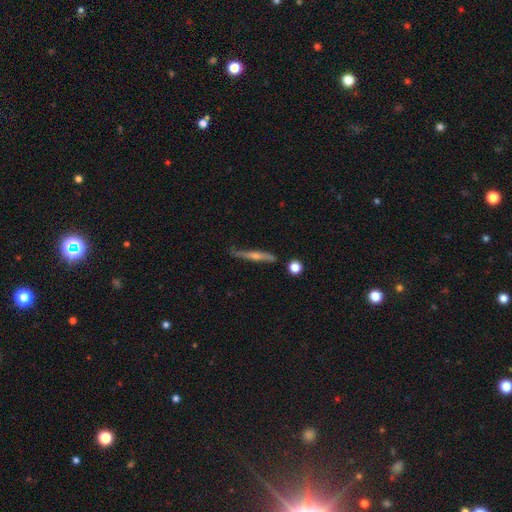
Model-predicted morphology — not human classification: A featured or disk galaxy (64%) viewed edge-on (94%) with a rounded central bulge (75%). Merging: none (77%).